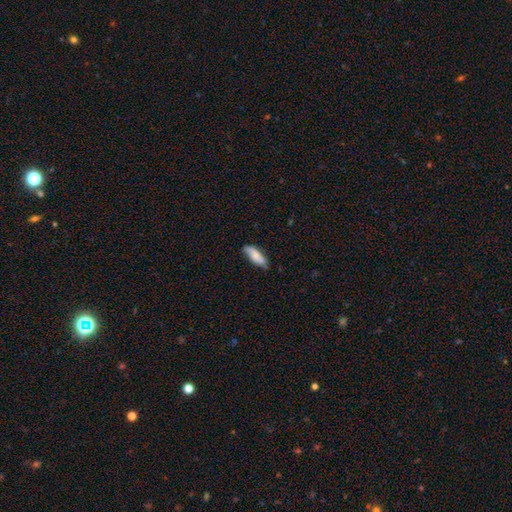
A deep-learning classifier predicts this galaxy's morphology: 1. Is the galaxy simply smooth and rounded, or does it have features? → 76% smooth, 18% featured or disk, 6% star or artifact.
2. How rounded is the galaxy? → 67% in between, 31% cigar-shaped, 2% round.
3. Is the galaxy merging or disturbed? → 69% none, 25% minor disturbance, 4% major disturbance, 2% merger.